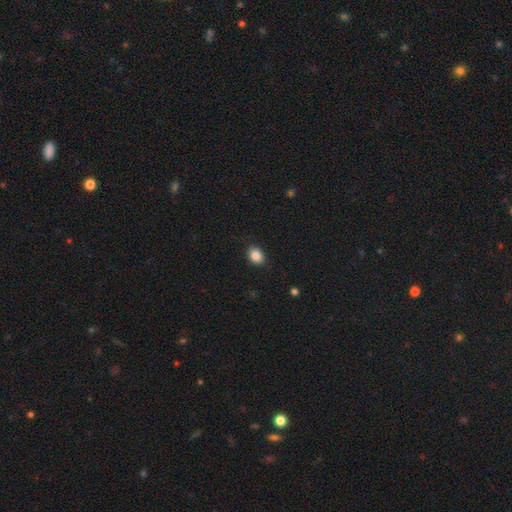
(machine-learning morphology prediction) This appears to be a smooth galaxy with no disk features (86%) that is in between round and cigar-shaped (68%). Merging: none (87%).